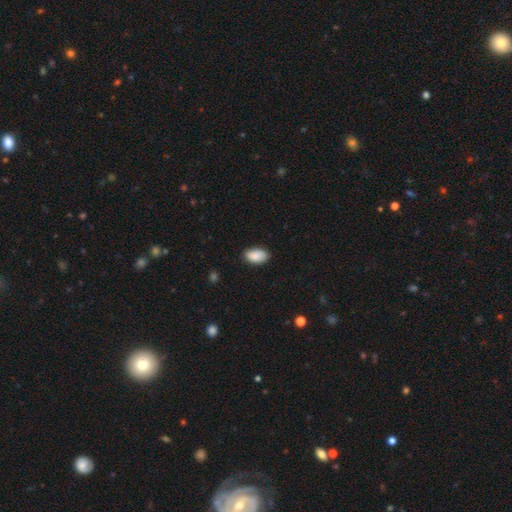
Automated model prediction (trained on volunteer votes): The model was most divided on "merging": none: 82%, minor disturbance: 14%, major disturbance: 2%, merger: 1%. More confident: how rounded — in between (93%); smooth or featured — smooth (90%).